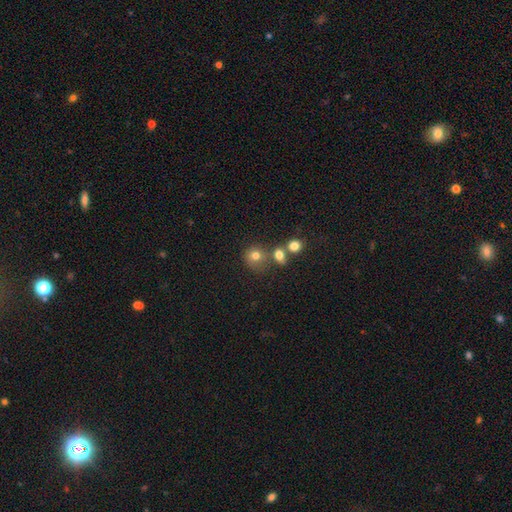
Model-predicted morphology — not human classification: type=smooth (75%); roundness=round (83%); merging=none (55%).